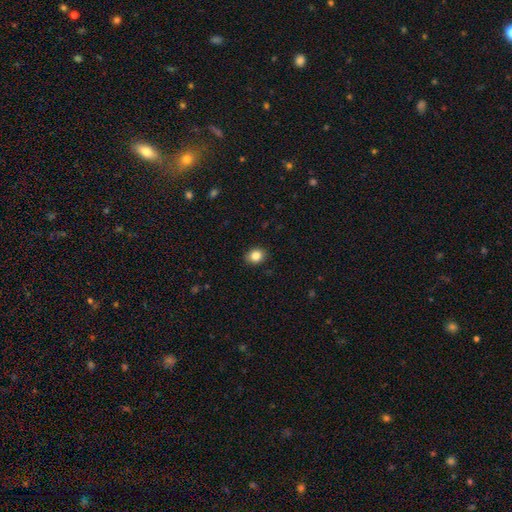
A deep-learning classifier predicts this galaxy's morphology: smooth_or_featured: smooth (p=0.84) [alt: star or artifact p=0.10]
how_rounded: round (p=0.57) [alt: in between p=0.42]
merging: none (p=0.89) [alt: minor disturbance p=0.08]